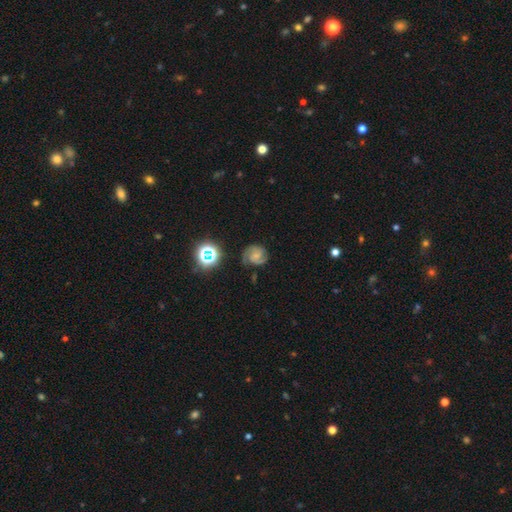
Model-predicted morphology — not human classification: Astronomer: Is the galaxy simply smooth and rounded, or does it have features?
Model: featured or disk — 72%.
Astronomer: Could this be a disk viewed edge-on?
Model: no — 98%.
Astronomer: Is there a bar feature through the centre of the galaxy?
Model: no — 61%.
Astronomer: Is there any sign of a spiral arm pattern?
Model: yes — 96%.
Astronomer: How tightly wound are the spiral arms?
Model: tight — 47% (runner-up: medium, 43%).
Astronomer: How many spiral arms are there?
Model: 2 — 66%.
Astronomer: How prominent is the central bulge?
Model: small — 52%.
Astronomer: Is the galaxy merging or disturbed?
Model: none — 70%.